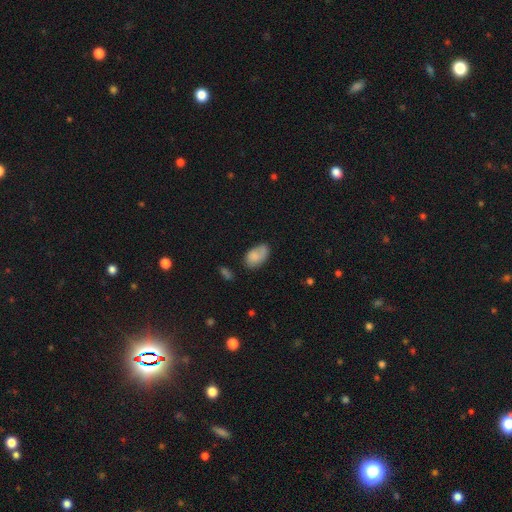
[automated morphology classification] smooth-or-featured: smooth: 80% | featured or disk: 13% | star or artifact: 7%
  how-rounded: in between: 92% | round: 6% | cigar-shaped: 2%
  merging: none: 59% | minor disturbance: 28% | major disturbance: 8% | merger: 5%